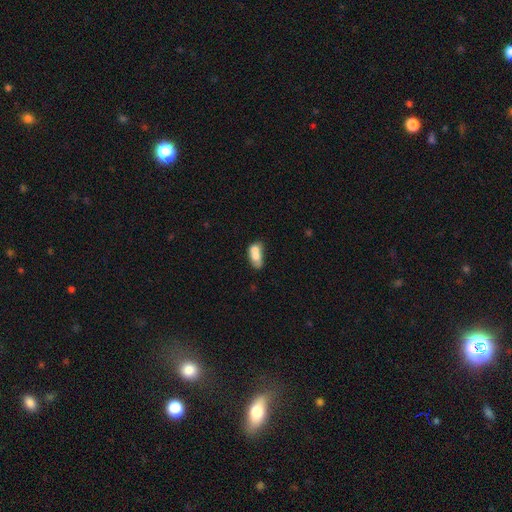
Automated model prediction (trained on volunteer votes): This appears to be a smooth galaxy with no disk features (69%) that is in between round and cigar-shaped (84%). Merging: merger (49%).